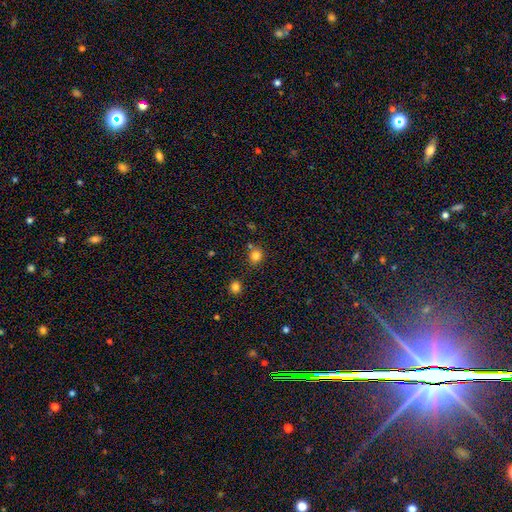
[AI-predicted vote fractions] This appears to be a smooth galaxy with no disk features (81%) that is round (86%). Merging: none (74%).